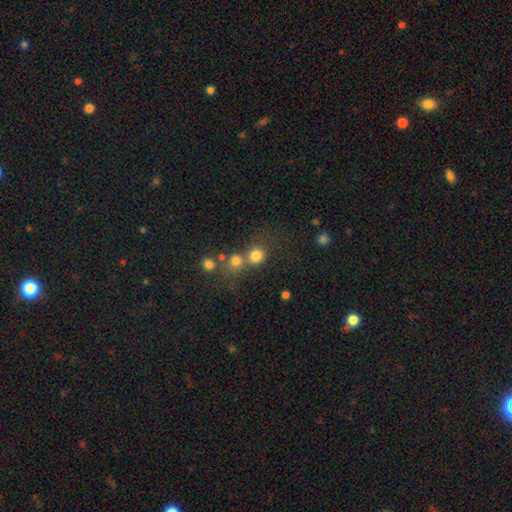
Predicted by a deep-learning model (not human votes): This appears to be a smooth galaxy with no disk features (77%) that is round (85%). Merging: none (52%).